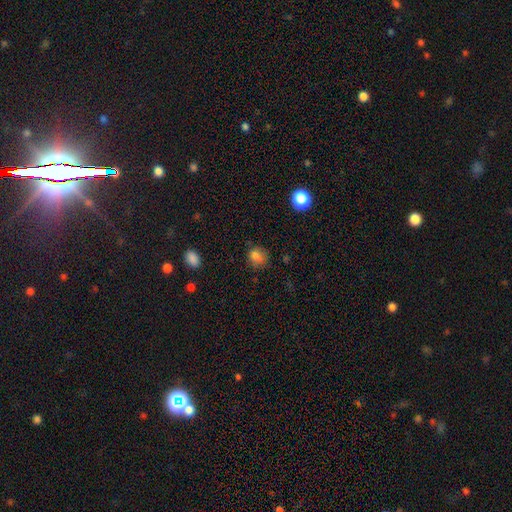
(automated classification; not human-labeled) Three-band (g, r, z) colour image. It shows a smooth galaxy with no disk features (80%) that is round (68%). Merging: none (71%).